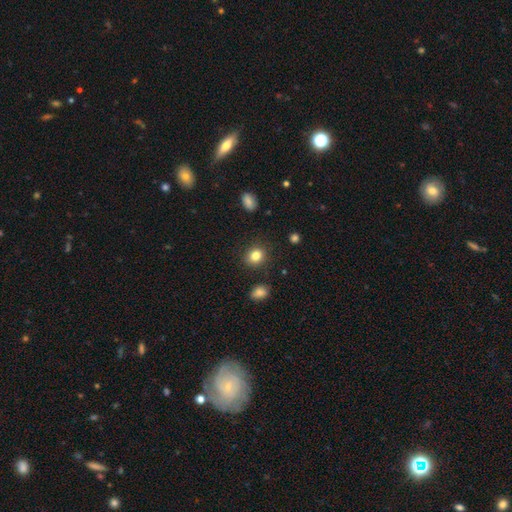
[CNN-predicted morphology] smooth-or-featured: smooth: 84% | star or artifact: 10% | featured or disk: 6%
  how-rounded: round: 68% | in between: 31% | cigar-shaped: 1%
  merging: none: 87% | minor disturbance: 8% | major disturbance: 3% | merger: 2%